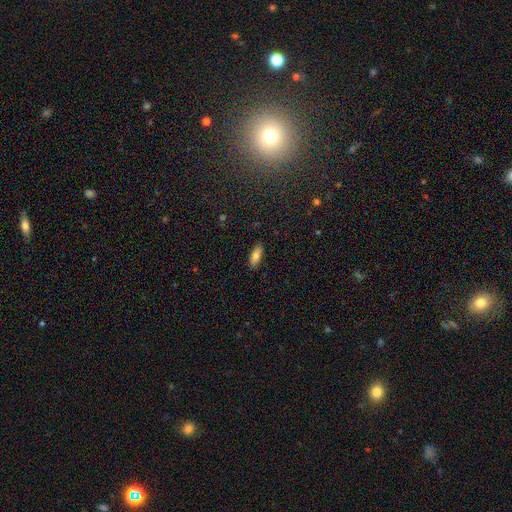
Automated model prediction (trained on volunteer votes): smooth_or_featured: smooth (p=0.79) [alt: featured or disk p=0.13]
how_rounded: in between (p=0.80) [alt: cigar-shaped p=0.18]
merging: none (p=0.88) [alt: minor disturbance p=0.09]